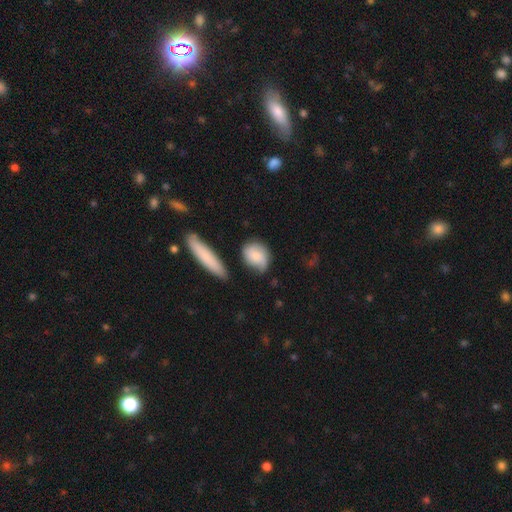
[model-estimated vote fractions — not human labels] Smooth or featured?
  - smooth: 70% *
  - featured or disk: 23%
  - star or artifact: 6%
How rounded?
  - in between: 50% *
  - round: 46%
  - cigar-shaped: 4%
Merging?
  - none: 58% *
  - minor disturbance: 28%
  - major disturbance: 9%
  - merger: 6%